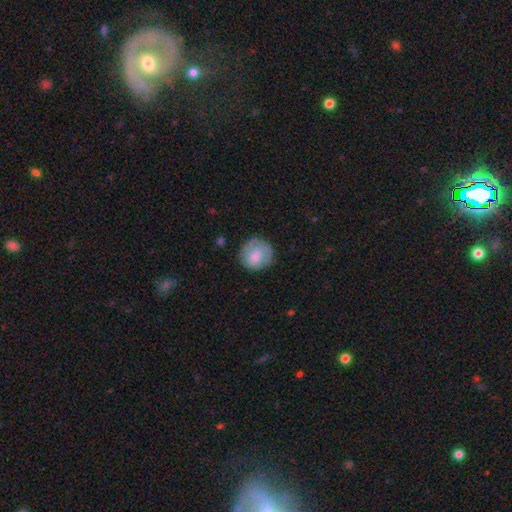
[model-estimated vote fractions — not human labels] Smooth or featured: smooth — 68% (featured or disk — 25%)
How rounded: round — 87% (in between — 12%)
Merging: none — 73% (minor disturbance — 18%)